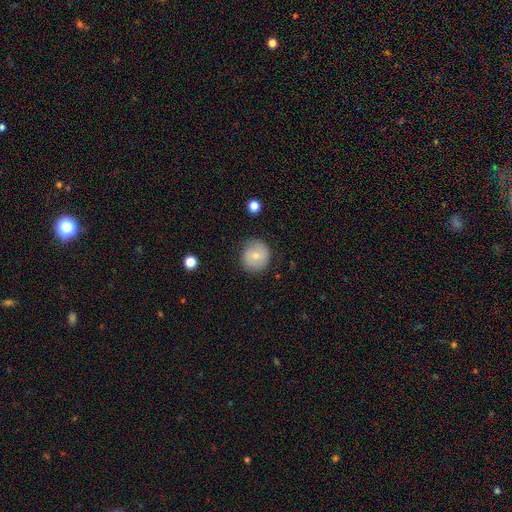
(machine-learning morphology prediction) Smooth or featured? Predicted: smooth (p=0.71). How rounded? Predicted: round (p=0.91). Merging? Predicted: none (p=0.83).